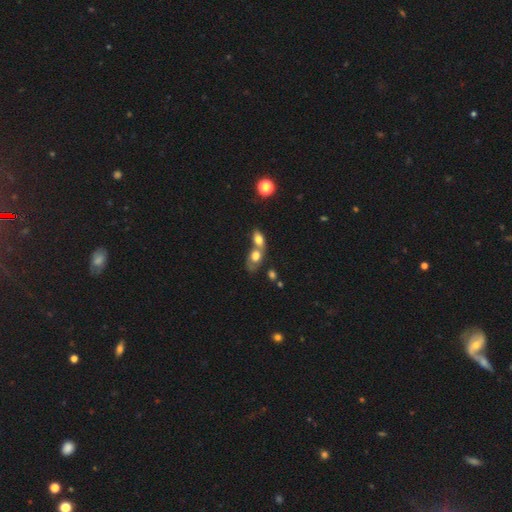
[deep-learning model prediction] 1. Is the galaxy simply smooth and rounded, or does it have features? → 68% smooth, 22% featured or disk, 10% star or artifact.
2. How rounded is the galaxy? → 69% in between, 28% round, 3% cigar-shaped.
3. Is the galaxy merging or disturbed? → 72% merger, 17% none, 6% minor disturbance, 5% major disturbance.